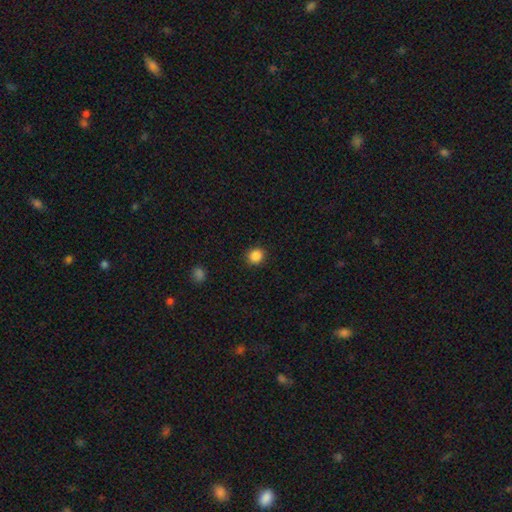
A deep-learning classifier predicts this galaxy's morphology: Smooth or featured? Predicted: smooth (p=0.86). How rounded? Predicted: round (p=0.84). Merging? Predicted: none (p=0.90).